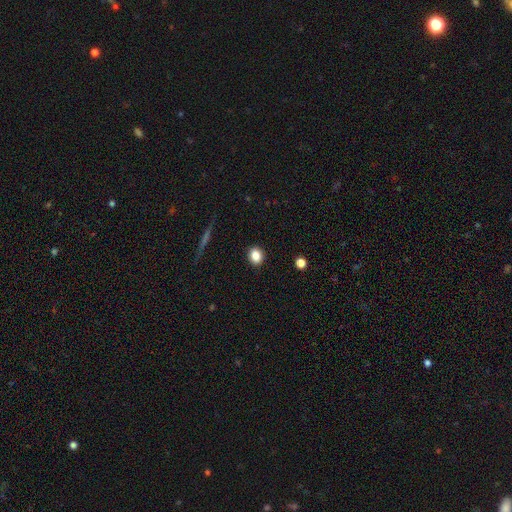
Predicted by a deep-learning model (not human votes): Morphology: type=smooth (83%); roundness=round (53%); merging=none (90%).